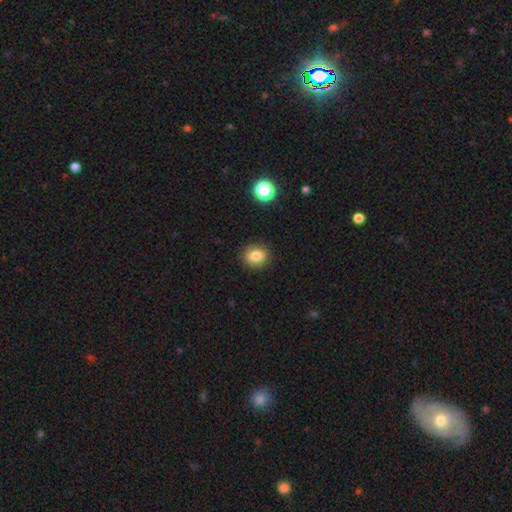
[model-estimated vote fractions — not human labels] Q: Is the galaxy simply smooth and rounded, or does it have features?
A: smooth — 82%.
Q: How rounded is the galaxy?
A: round — 61%.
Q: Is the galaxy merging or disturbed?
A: none — 89%.